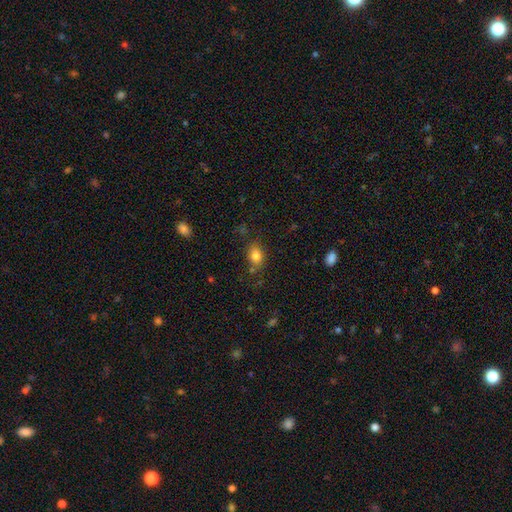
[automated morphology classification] This appears to be a smooth galaxy with no disk features (81%) that is in between round and cigar-shaped (62%). Merging: none (74%).